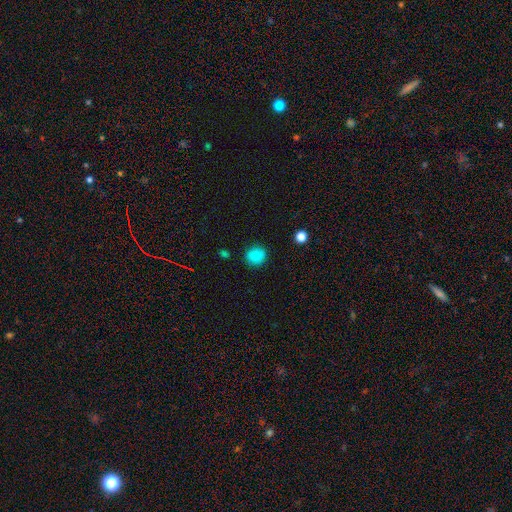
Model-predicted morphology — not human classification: Q: Smooth or featured?
A: smooth (85%); runner-up: star or artifact (12%)
Q: How rounded?
A: round (85%); runner-up: in between (14%)
Q: Merging?
A: none (86%); runner-up: minor disturbance (9%)